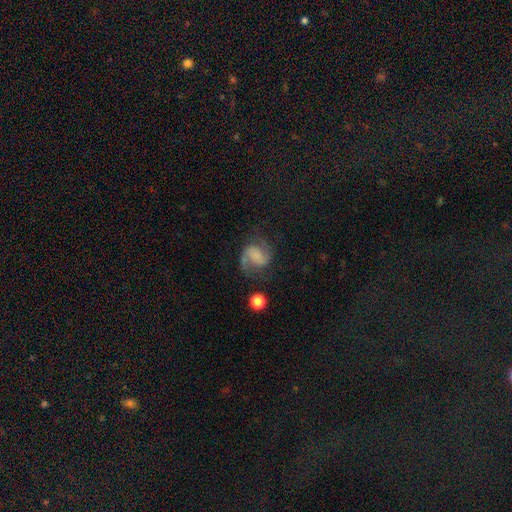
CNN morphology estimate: This appears to be a featured or disk galaxy (66%) with no bar (50%), 2 (87%) medium (48%) spiral arms (92%) and no central bulge (54%). Merging: none (58%).